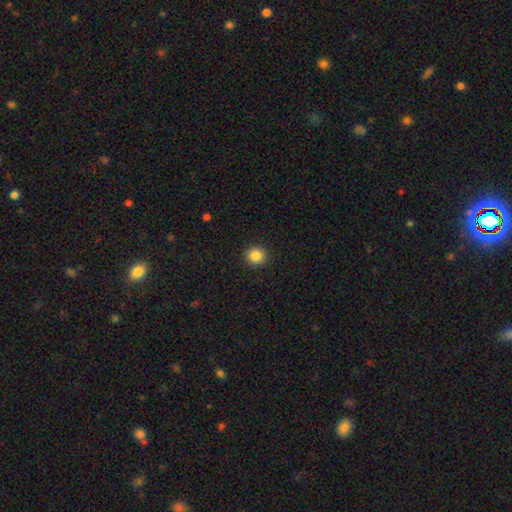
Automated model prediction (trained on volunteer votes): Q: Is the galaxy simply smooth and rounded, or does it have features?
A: smooth — 86%.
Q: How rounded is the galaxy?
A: round — 91%.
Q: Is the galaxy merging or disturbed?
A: none — 92%.